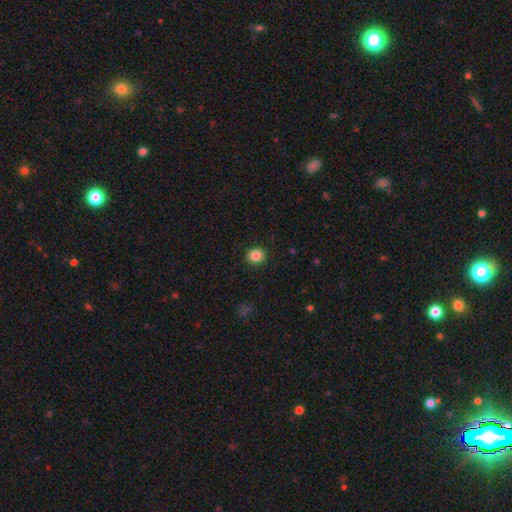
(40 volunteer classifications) Smooth or featured?
  - smooth: 82% *
  - star or artifact: 10%
  - featured or disk: 8%
How rounded?
  - round: 88% *
  - in between: 12%
  - cigar-shaped: 0%
Merging?
  - none: 92% *
  - major disturbance: 6%
  - minor disturbance: 3%
  - merger: 0%